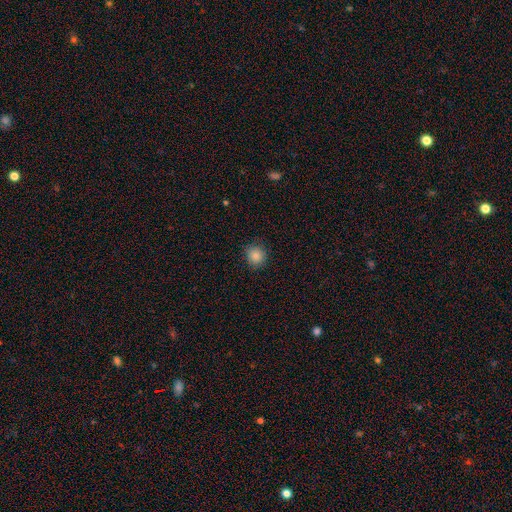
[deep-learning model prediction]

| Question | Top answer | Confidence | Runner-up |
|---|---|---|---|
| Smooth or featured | smooth | 86% | star or artifact (10%) |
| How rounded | round | 89% | in between (10%) |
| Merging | none | 87% | minor disturbance (9%) |